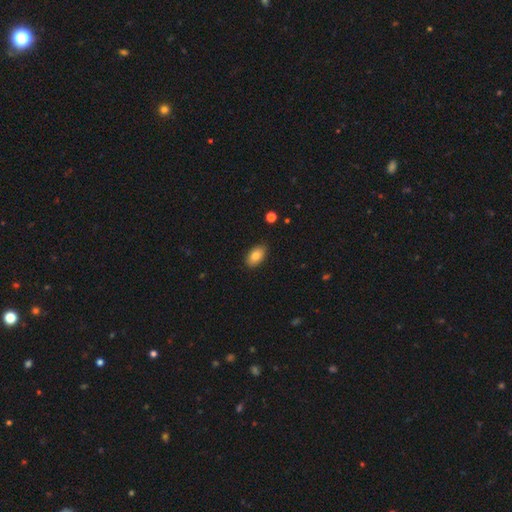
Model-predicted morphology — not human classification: smooth_or_featured: smooth (p=0.82) [alt: featured or disk p=0.10]
how_rounded: in between (p=0.92) [alt: round p=0.06]
merging: none (p=0.86) [alt: minor disturbance p=0.11]